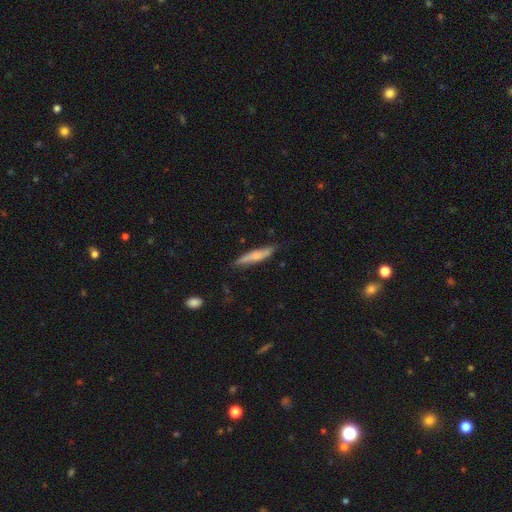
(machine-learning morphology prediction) Smooth or featured? Predicted: smooth (p=0.64). How rounded? Predicted: cigar-shaped (p=0.89). Merging? Predicted: none (p=0.78).